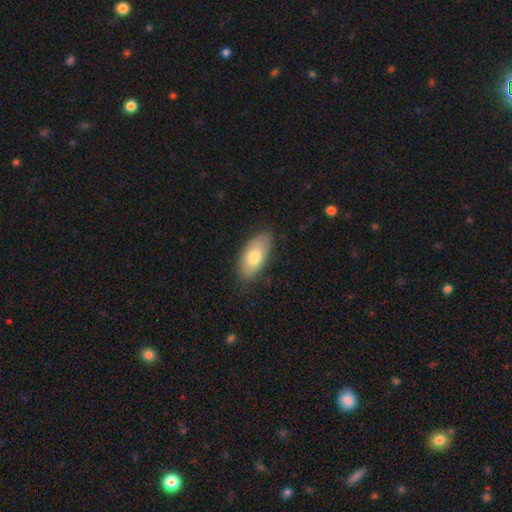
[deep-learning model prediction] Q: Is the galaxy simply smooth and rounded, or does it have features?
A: smooth — 76%.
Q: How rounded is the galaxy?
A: in between — 92%.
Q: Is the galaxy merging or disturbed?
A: none — 80%.